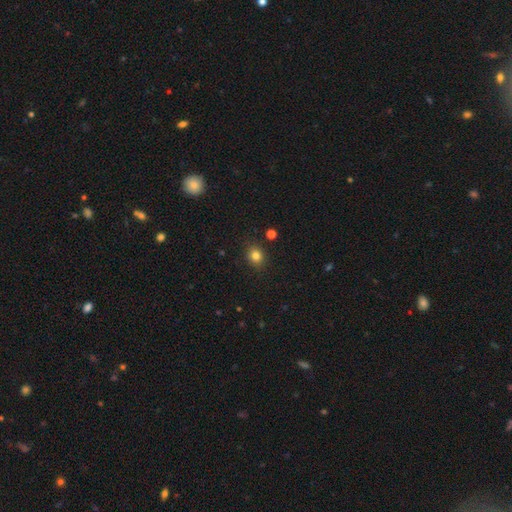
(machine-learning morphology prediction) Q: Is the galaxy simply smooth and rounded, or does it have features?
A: smooth — 81%.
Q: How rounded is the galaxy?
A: round — 67%.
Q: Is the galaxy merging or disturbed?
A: none — 87%.